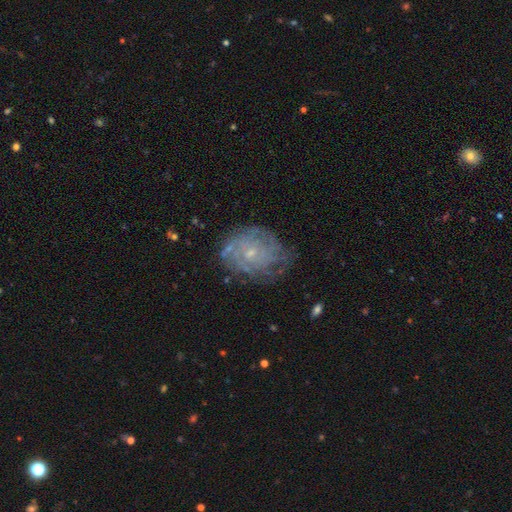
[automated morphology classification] smooth-or-featured: featured or disk: 63% | smooth: 20% | star or artifact: 17%
  disk-edge-on: no: 96% | yes: 4%
    bar: no: 81% | weak: 16% | strong: 3%
    has-spiral-arms: yes: 83% | no: 17%
      spiral-winding: tight: 66% | medium: 25% | loose: 9%
      spiral-arm-count: can't tell: 53% | 2: 12% | 3: 11% | 4: 10% | more than 4: 8% | 1: 6%
    bulge-size: small: 75% | moderate: 20% | none: 3% | large: 1% | dominant: 1%
  merging: none: 75% | minor disturbance: 17% | major disturbance: 7% | merger: 1%